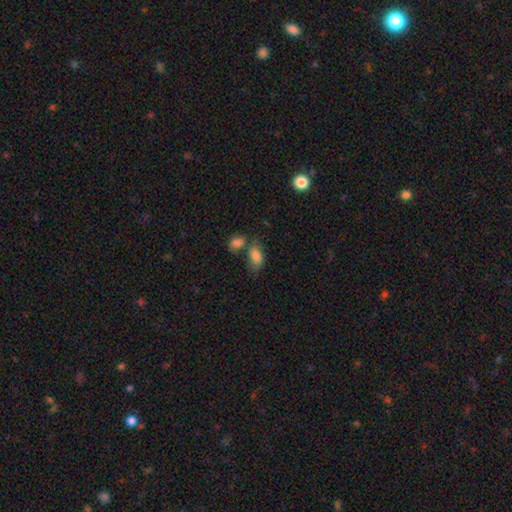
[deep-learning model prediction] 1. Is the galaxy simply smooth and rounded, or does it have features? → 82% smooth, 9% featured or disk, 9% star or artifact.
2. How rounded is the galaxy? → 90% in between, 8% round, 3% cigar-shaped.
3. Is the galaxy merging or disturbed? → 40% none, 33% merger, 18% minor disturbance, 8% major disturbance.